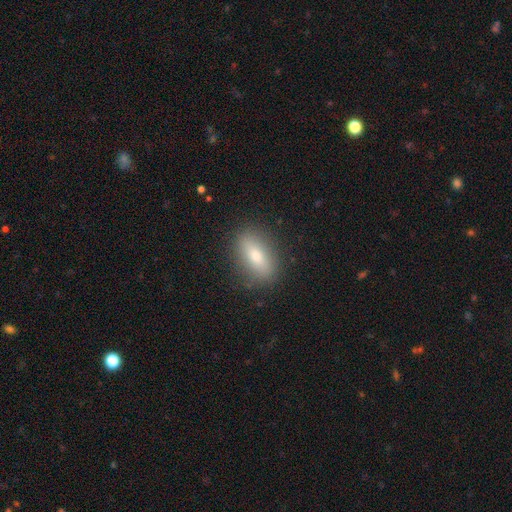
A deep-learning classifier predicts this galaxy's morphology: A smooth galaxy with no disk features (69%) that is in between round and cigar-shaped (75%). Merging: none (86%).